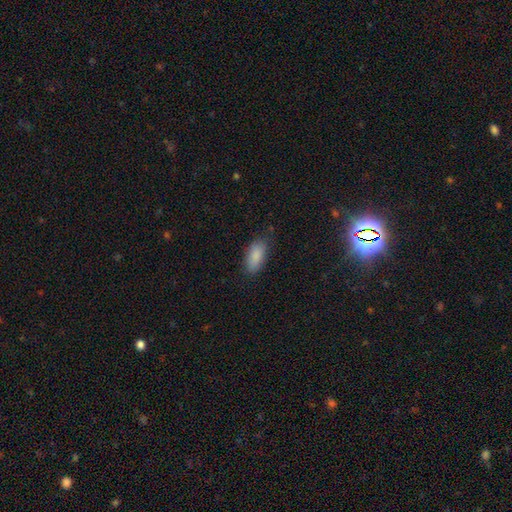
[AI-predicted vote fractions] smooth-or-featured: smooth: 88% | star or artifact: 7% | featured or disk: 5%
  how-rounded: in between: 88% | cigar-shaped: 10% | round: 2%
  merging: none: 78% | minor disturbance: 17% | major disturbance: 4% | merger: 1%